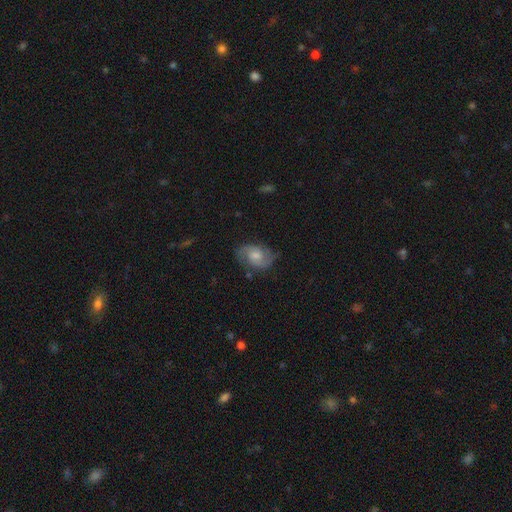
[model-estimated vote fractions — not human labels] Smooth or featured? featured or disk (70%)
Edge-on disk? no (97%)
Bar? no (53%)
Spiral arms? yes (93%)
Spiral winding? medium (52%)
Spiral arm count? 2 (88%)
Bulge size? moderate (47%)
Merging? none (74%)